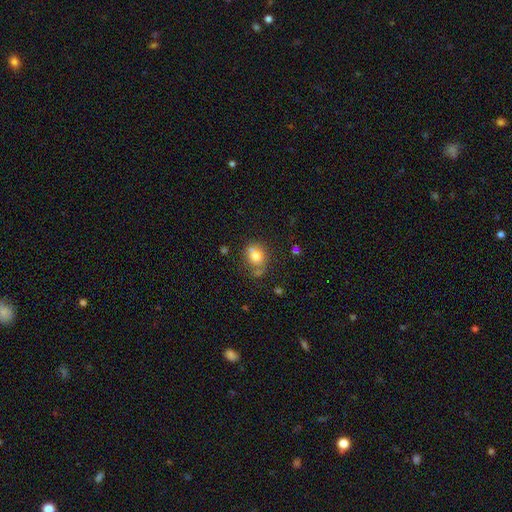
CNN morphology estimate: smooth-or-featured: smooth: 74% | featured or disk: 15% | star or artifact: 11%
  how-rounded: round: 61% | in between: 37% | cigar-shaped: 1%
  merging: none: 53% | merger: 21% | minor disturbance: 19% | major disturbance: 6%